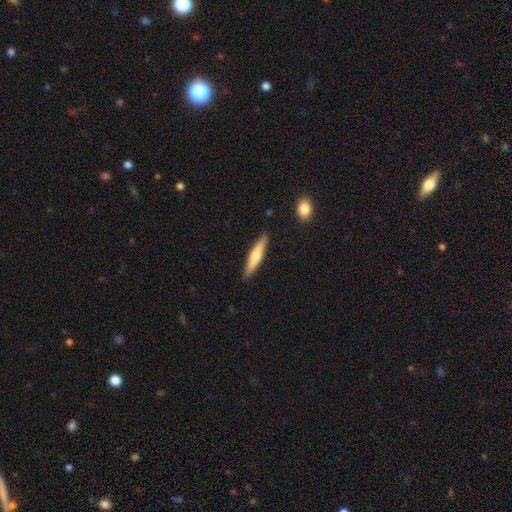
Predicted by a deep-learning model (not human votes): smooth-or-featured: smooth: 62% | featured or disk: 32% | star or artifact: 5%
  how-rounded: cigar-shaped: 88% | in between: 10% | round: 1%
  merging: none: 88% | minor disturbance: 9% | major disturbance: 2% | merger: 1%